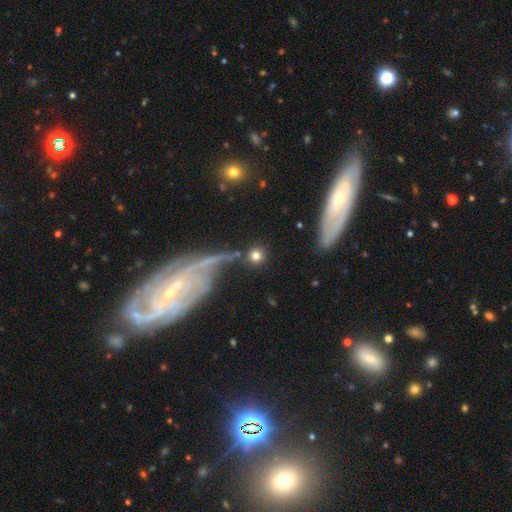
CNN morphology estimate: Smooth or featured? Predicted: smooth (p=0.78). How rounded? Predicted: round (p=0.93). Merging? Predicted: none (p=0.79).